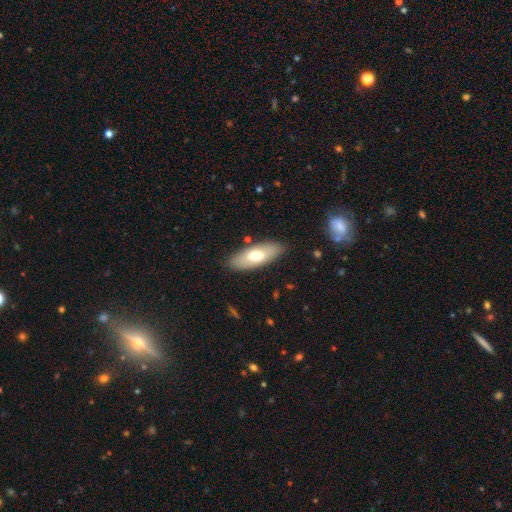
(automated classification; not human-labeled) The model was most divided on "smooth or featured": smooth: 65%, featured or disk: 29%, star or artifact: 6%. More confident: merging — none (85%); how rounded — in between (77%).